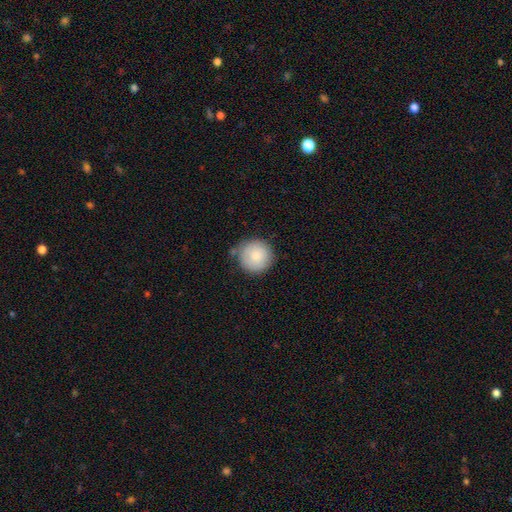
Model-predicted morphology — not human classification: This appears to be a smooth galaxy with no disk features (82%) that is round (94%). Merging: none (76%).